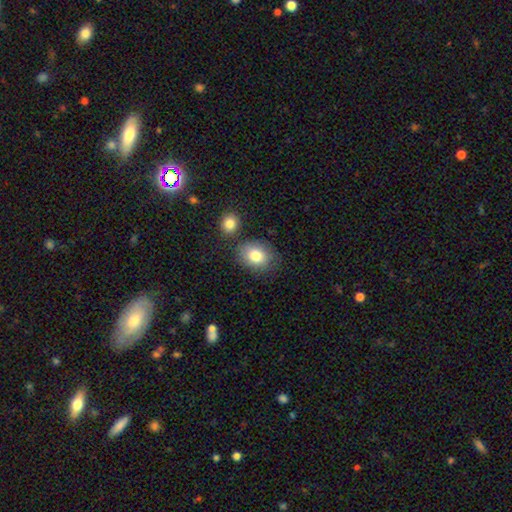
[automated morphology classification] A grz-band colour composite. It shows a smooth galaxy with no disk features (82%) that is in between round and cigar-shaped (54%). Merging: none (72%).